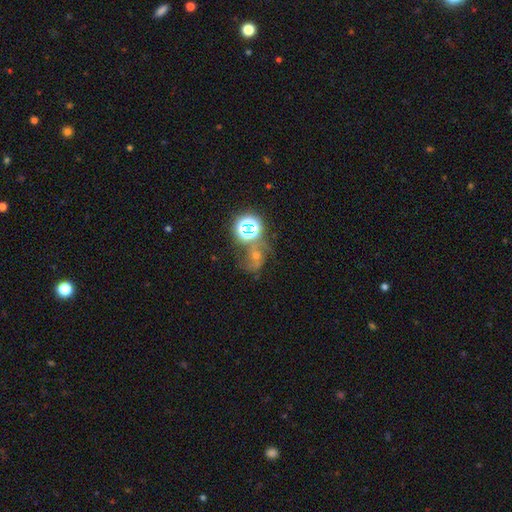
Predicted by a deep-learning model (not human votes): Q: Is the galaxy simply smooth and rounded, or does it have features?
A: star or artifact — 45%.